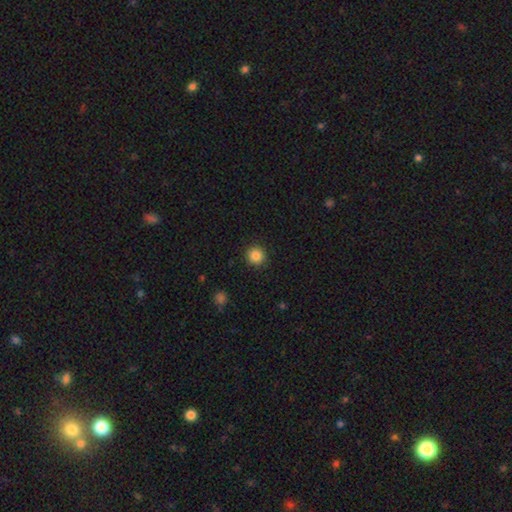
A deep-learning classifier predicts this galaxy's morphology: Smooth or featured? Predicted: smooth (p=0.86). How rounded? Predicted: round (p=0.94). Merging? Predicted: none (p=0.92).